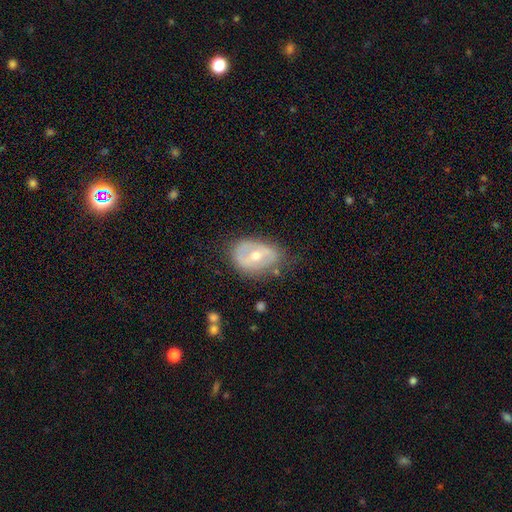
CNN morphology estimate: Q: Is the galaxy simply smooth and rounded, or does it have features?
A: featured or disk — 62%.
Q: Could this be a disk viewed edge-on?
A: no — 94%.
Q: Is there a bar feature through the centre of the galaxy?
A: no — 40%.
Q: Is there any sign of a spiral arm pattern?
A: no — 51%.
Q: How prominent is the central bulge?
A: moderate — 59%.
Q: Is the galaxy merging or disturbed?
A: none — 64%.